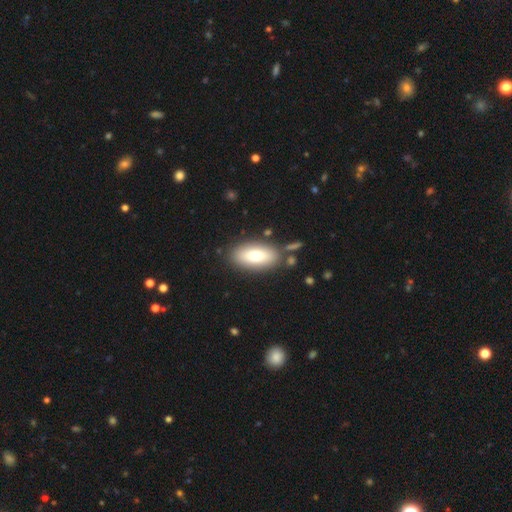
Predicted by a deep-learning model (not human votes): Overall: smooth (76%). How rounded: in between (88%). Merging: none (80%).